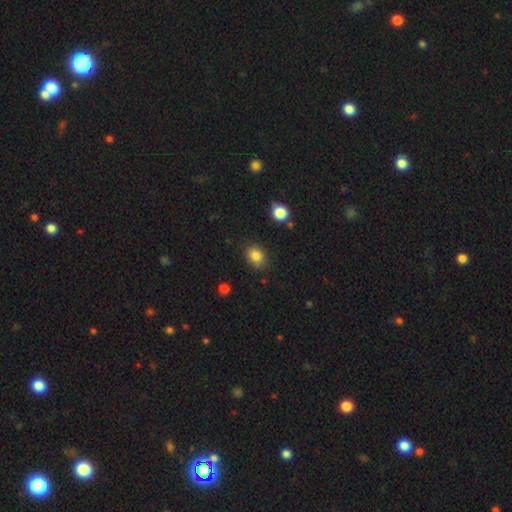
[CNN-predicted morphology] The model was most divided on "how rounded": in between: 55%, round: 44%, cigar-shaped: 1%. More confident: smooth or featured — smooth (83%); merging — none (80%).